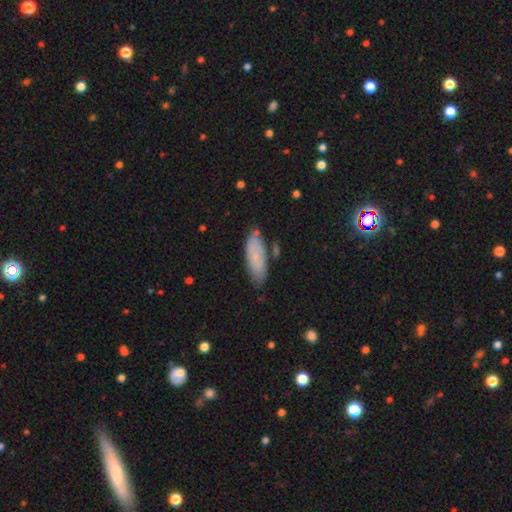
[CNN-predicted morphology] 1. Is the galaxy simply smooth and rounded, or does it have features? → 73% smooth, 20% featured or disk, 8% star or artifact.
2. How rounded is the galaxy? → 67% in between, 31% cigar-shaped, 2% round.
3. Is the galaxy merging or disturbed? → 71% none, 20% minor disturbance, 4% merger, 4% major disturbance.